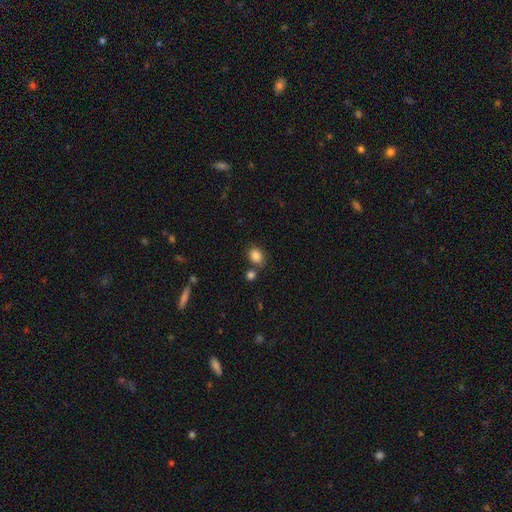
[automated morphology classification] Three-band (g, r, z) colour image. It shows a smooth galaxy with no disk features (86%) that is in between round and cigar-shaped (56%). Merging: none (66%).